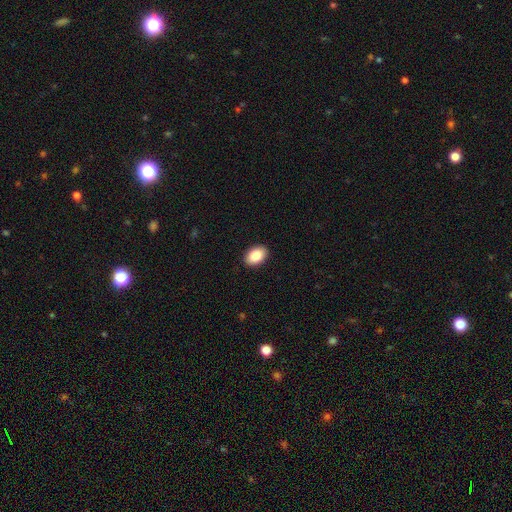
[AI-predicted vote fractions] Q: Smooth or featured?
A: smooth (88%); runner-up: star or artifact (7%)
Q: How rounded?
A: in between (88%); runner-up: round (11%)
Q: Merging?
A: none (90%); runner-up: minor disturbance (7%)